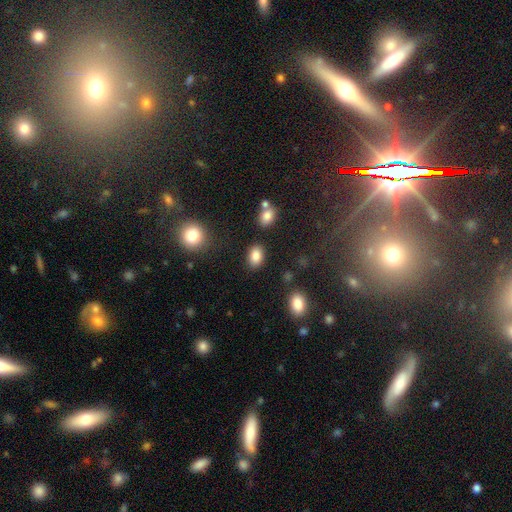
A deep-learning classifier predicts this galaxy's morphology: Smooth or featured? smooth (86%)
How rounded? in between (82%)
Merging? none (84%)